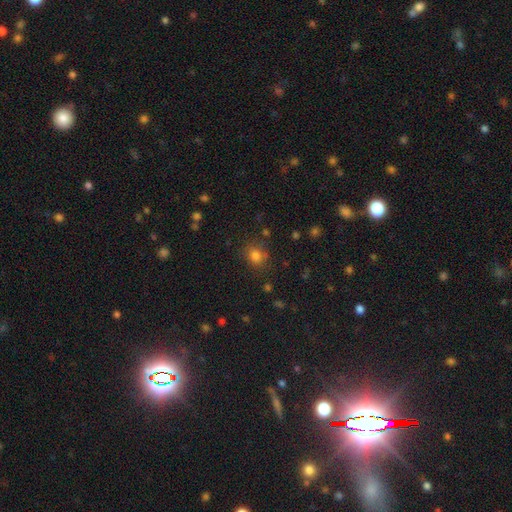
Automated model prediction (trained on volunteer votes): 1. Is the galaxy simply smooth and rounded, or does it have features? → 78% smooth, 15% star or artifact, 7% featured or disk.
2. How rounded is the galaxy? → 72% round, 27% in between, 1% cigar-shaped.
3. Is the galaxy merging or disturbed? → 77% none, 14% minor disturbance, 5% major disturbance, 4% merger.